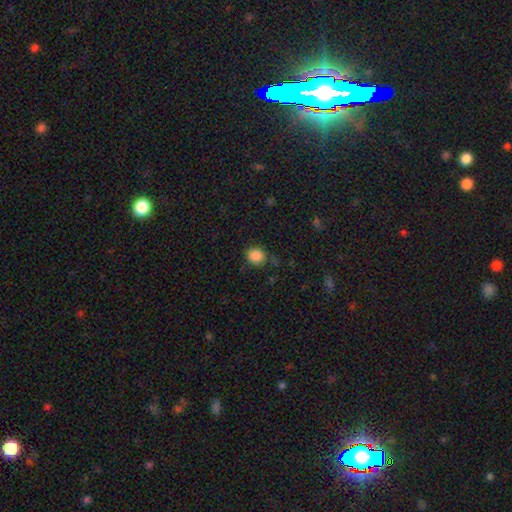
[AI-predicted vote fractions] Smooth or featured? Predicted: smooth (p=0.86). How rounded? Predicted: round (p=0.73). Merging? Predicted: none (p=0.76).